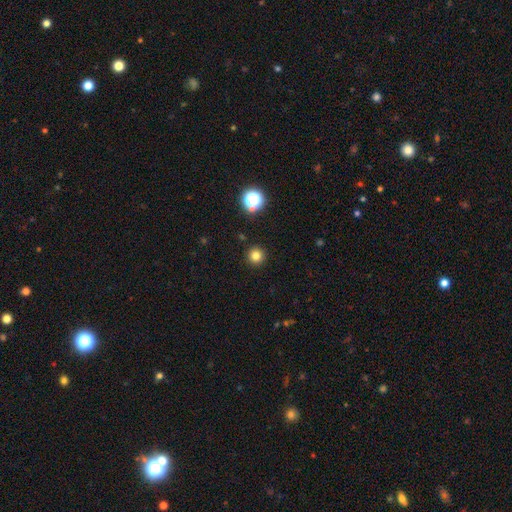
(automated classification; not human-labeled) This appears to be a smooth galaxy with no disk features (80%) that is round (96%). Merging: none (92%).